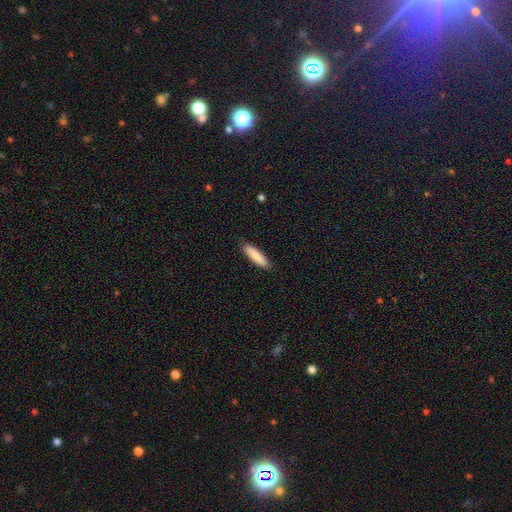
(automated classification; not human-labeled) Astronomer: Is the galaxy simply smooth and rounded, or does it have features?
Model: smooth — 88%.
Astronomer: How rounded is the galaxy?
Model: cigar-shaped — 71%.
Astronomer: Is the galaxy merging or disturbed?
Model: none — 87%.